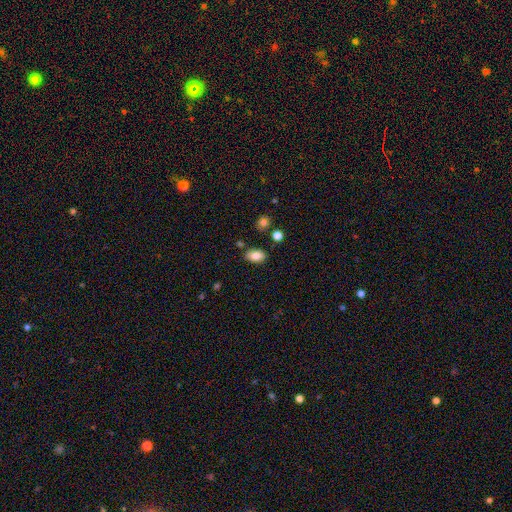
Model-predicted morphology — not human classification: Q: Smooth or featured?
A: smooth (84%); runner-up: star or artifact (8%)
Q: How rounded?
A: in between (91%); runner-up: round (7%)
Q: Merging?
A: none (83%); runner-up: minor disturbance (11%)